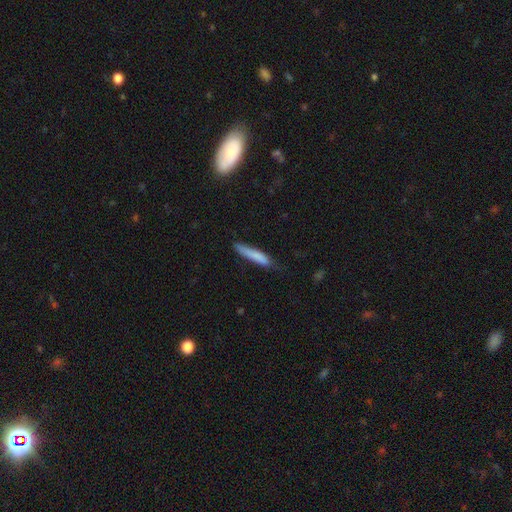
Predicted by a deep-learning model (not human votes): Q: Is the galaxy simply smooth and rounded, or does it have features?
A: smooth — 80%.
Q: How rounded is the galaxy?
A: cigar-shaped — 90%.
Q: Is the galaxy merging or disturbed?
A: none — 66%.